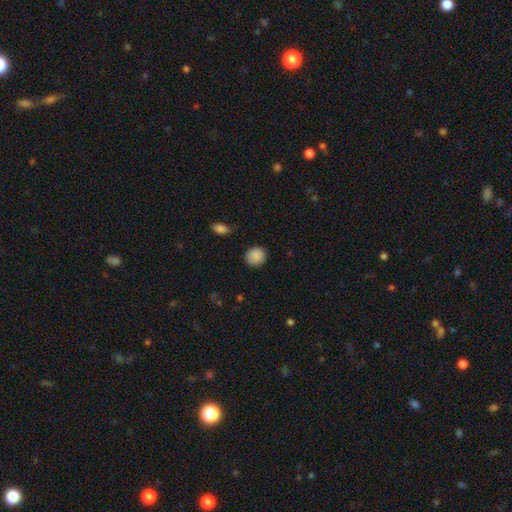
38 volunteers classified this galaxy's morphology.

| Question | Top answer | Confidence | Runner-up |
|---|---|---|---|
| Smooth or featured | smooth | 95% | star or artifact (5%) |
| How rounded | round | 86% | in between (14%) |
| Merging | none | 94% | minor disturbance (6%) |